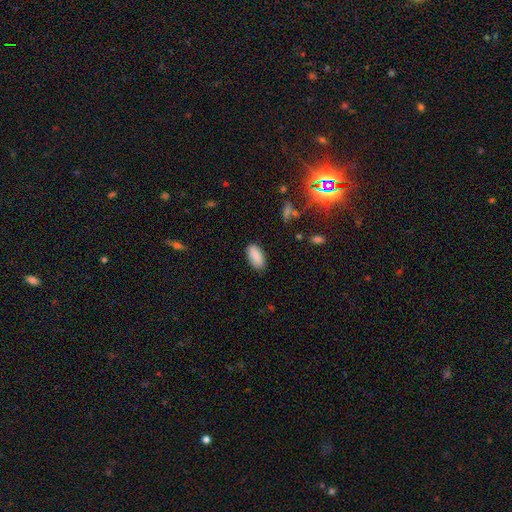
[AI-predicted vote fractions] Smooth or featured: smooth — 88% (star or artifact — 7%)
How rounded: in between — 93% (cigar-shaped — 5%)
Merging: none — 87% (minor disturbance — 10%)